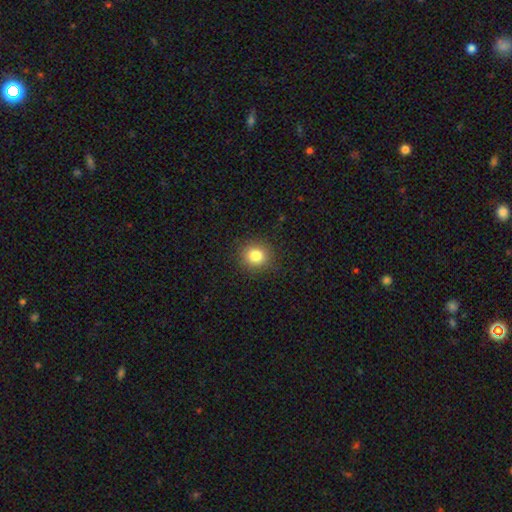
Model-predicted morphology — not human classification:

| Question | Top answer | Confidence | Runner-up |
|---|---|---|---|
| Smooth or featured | smooth | 83% | star or artifact (11%) |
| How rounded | round | 83% | in between (16%) |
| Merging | none | 89% | minor disturbance (7%) |